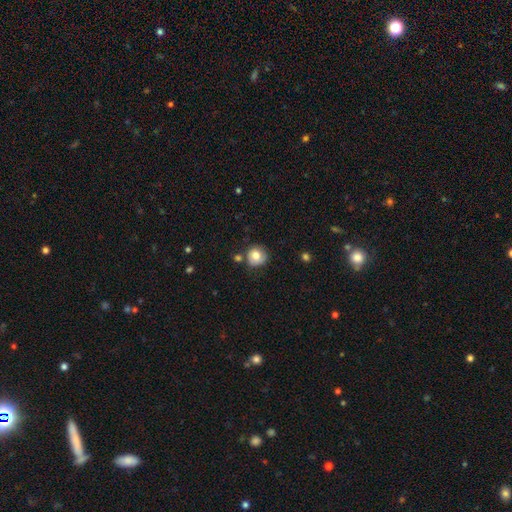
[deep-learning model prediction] A smooth galaxy with no disk features (72%) that is round (87%). Merging: none (68%).